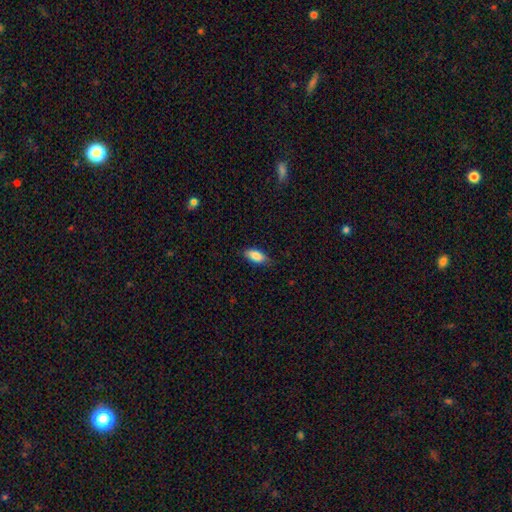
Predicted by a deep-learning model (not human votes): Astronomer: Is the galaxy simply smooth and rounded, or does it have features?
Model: smooth — 86%.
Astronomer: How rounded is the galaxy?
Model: in between — 88%.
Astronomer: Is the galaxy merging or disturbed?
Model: none — 79%.